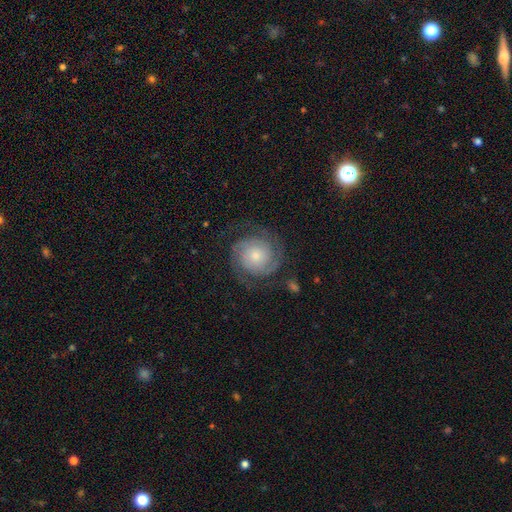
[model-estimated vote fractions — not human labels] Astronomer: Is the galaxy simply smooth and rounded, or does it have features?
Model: featured or disk — 83%.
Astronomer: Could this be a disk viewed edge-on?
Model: no — 98%.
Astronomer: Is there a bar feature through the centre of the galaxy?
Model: no — 76%.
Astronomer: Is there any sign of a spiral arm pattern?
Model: yes — 97%.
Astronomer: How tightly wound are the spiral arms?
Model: tight — 61%.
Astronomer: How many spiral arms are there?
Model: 2 — 82%.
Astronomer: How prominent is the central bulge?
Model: small — 54% (runner-up: moderate, 33%).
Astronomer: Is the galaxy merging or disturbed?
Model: none — 77%.